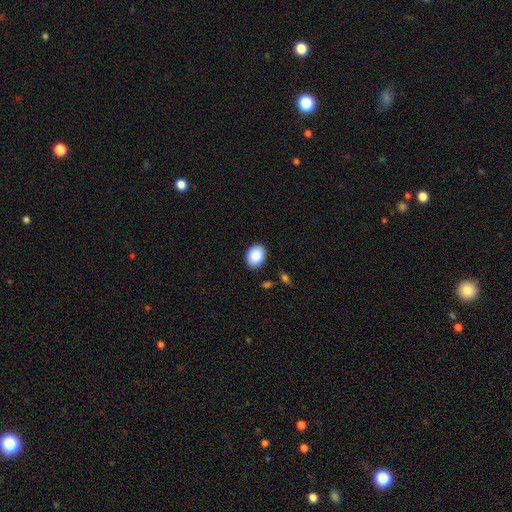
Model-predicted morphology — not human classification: Smooth or featured: smooth — 85% (featured or disk — 8%)
How rounded: in between — 64% (round — 35%)
Merging: none — 88% (minor disturbance — 8%)